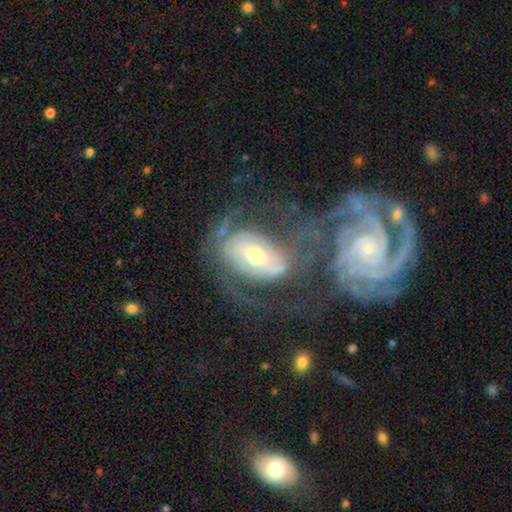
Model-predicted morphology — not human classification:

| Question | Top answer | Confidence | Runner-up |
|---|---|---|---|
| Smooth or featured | featured or disk | 79% | smooth (14%) |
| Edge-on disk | no | 95% | yes (5%) |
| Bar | no | 53% | weak (28%) |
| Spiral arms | yes | 89% | no (11%) |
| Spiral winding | tight | 64% | medium (28%) |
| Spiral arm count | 2 | 41% | can't tell (29%) |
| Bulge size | moderate | 48% | small (45%) |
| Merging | merger | 42% | none (30%) |